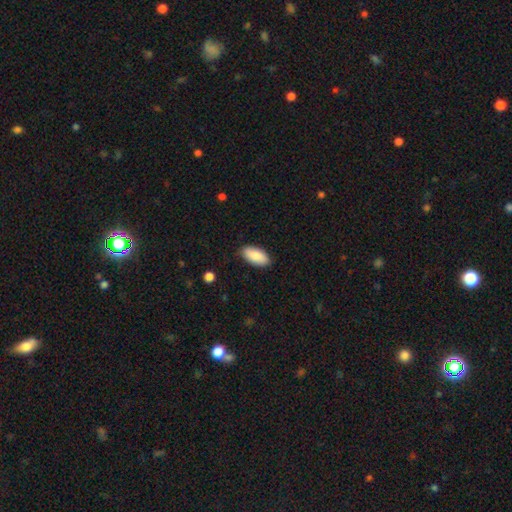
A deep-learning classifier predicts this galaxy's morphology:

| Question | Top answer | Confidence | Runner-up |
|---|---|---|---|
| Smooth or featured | smooth | 85% | featured or disk (9%) |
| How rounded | in between | 92% | cigar-shaped (6%) |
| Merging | none | 87% | minor disturbance (10%) |